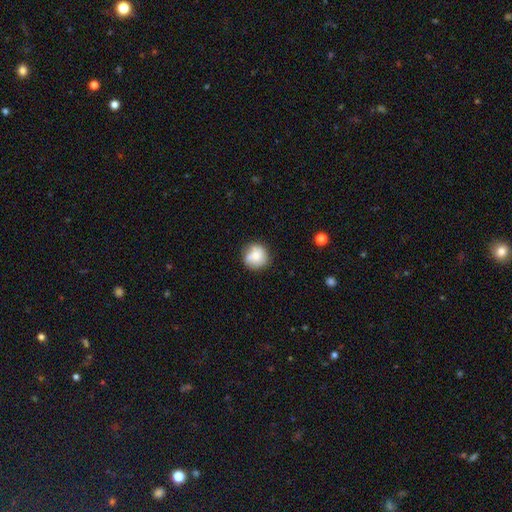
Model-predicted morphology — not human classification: smooth_or_featured: smooth (p=0.73) [alt: featured or disk p=0.19]
how_rounded: round (p=0.91) [alt: in between p=0.08]
merging: none (p=0.68) [alt: minor disturbance p=0.18]